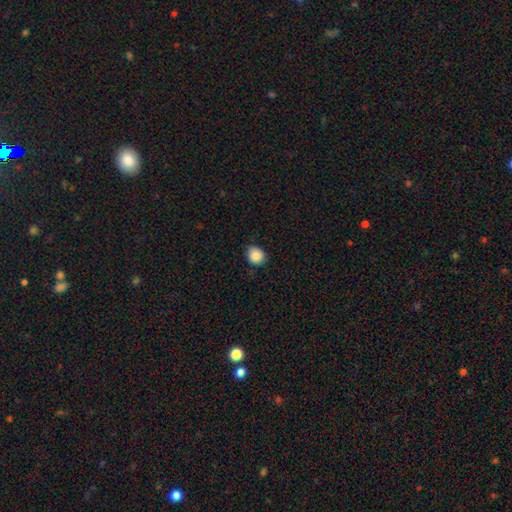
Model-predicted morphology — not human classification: The model was most divided on "how rounded": round: 72%, in between: 27%, cigar-shaped: 1%. More confident: smooth or featured — smooth (87%); merging — none (82%).